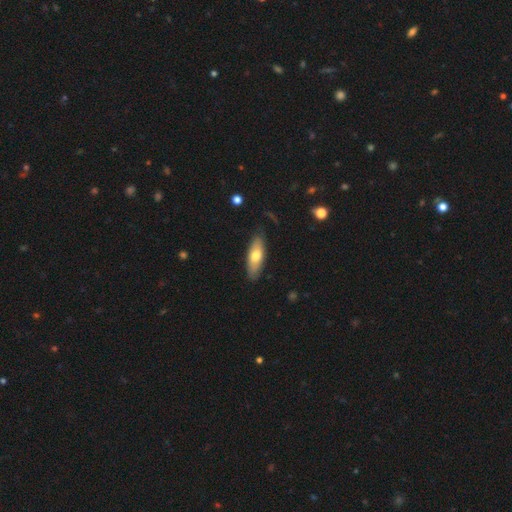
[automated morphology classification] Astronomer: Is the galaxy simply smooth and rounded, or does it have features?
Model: smooth — 67%.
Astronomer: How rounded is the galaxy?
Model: in between — 62%.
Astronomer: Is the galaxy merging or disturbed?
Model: none — 84%.